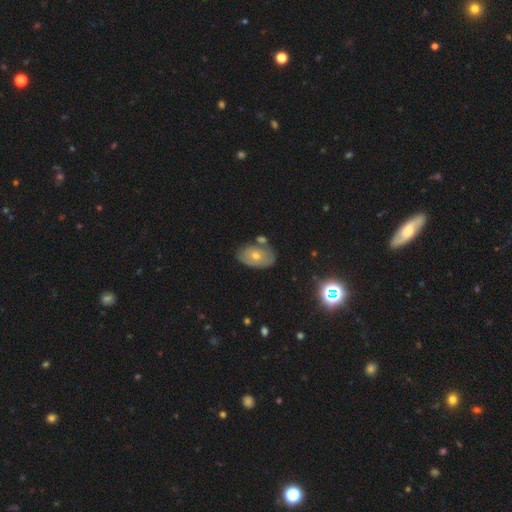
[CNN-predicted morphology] Q: Smooth or featured?
A: smooth (46%); runner-up: featured or disk (38%)
Q: Merging?
A: none (71%); runner-up: minor disturbance (16%)